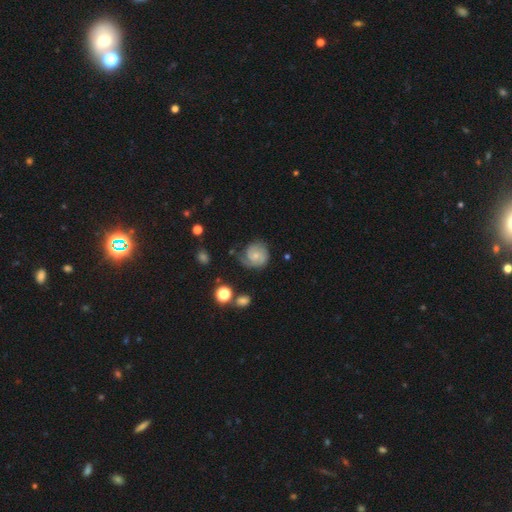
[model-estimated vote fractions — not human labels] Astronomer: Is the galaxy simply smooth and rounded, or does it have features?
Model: featured or disk — 66%.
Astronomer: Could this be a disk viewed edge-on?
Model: no — 98%.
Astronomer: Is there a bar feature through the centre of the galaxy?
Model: no — 72%.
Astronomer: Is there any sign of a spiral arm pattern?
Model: yes — 91%.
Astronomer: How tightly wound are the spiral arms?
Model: tight — 57%.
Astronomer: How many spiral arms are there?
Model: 2 — 40% (runner-up: 1, 24%).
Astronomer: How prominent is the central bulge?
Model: small — 61%.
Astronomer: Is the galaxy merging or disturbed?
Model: none — 59%.